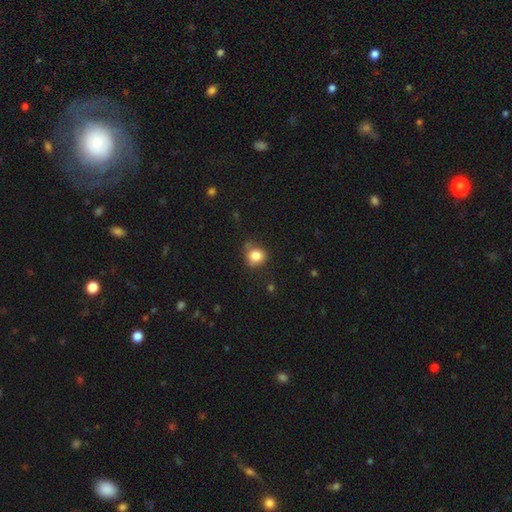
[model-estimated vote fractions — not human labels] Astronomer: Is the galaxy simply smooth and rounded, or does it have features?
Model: smooth — 83%.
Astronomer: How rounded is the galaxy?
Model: round — 76%.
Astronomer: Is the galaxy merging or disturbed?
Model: none — 67%.